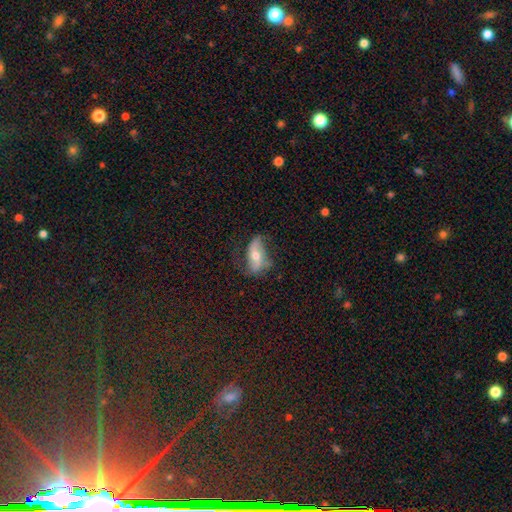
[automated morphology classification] type=featured or disk (61%); edge-on=no (87%); bar=no (40%); spiral arms=yes (80%); bulge=moderate (65%); merging=none (57%).